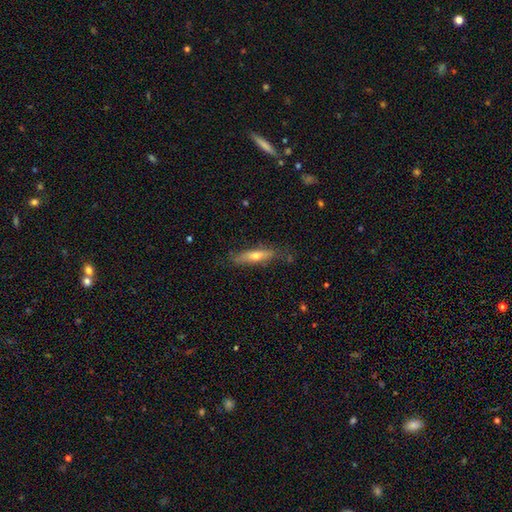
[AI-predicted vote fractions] Q: Smooth or featured?
A: smooth (49%); runner-up: featured or disk (45%)
Q: Merging?
A: none (76%); runner-up: minor disturbance (18%)